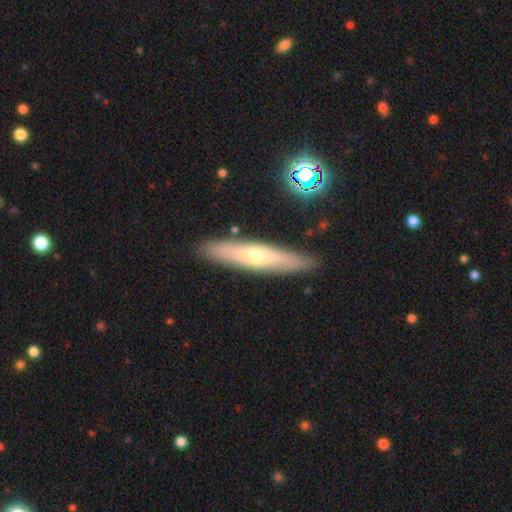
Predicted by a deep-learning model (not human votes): Smooth or featured?
  - featured or disk: 52% *
  - smooth: 40%
  - star or artifact: 8%
Edge-on disk?
  - yes: 79% *
  - no: 21%
Merging?
  - none: 88% *
  - minor disturbance: 8%
  - major disturbance: 2%
  - merger: 2%